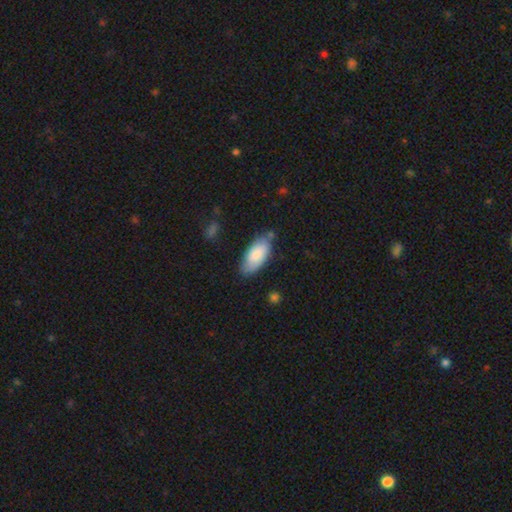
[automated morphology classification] Smooth or featured? smooth (82%)
How rounded? in between (89%)
Merging? none (73%)